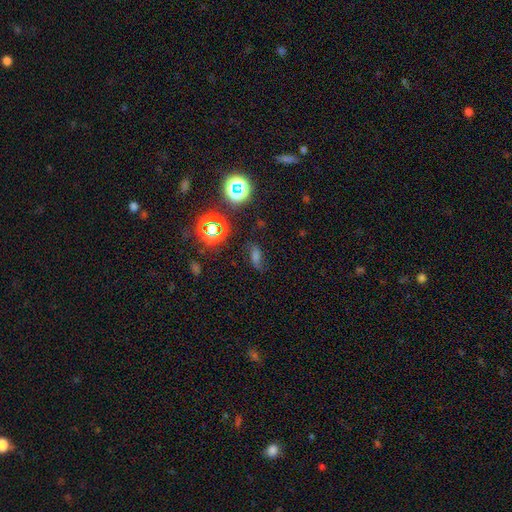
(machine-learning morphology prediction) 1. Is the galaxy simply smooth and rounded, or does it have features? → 42% smooth, 33% star or artifact, 25% featured or disk.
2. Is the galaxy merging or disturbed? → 68% none, 19% minor disturbance, 9% major disturbance, 3% merger.